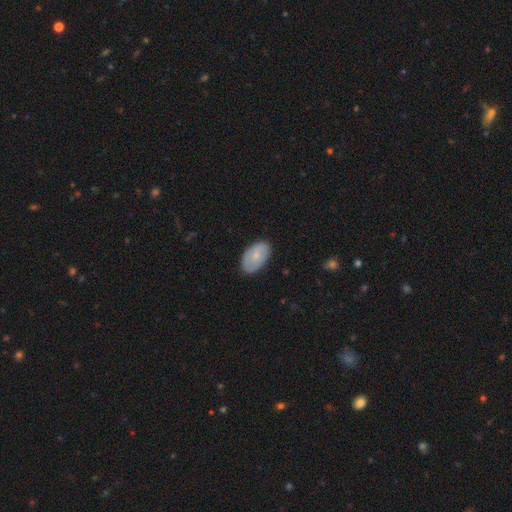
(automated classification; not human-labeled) A smooth galaxy with no disk features (67%) that is in between round and cigar-shaped (92%).

Vote fractions:
- Smooth or featured? smooth: 67% / featured or disk: 27% / star or artifact: 6%
- How rounded? in between: 92% / round: 6% / cigar-shaped: 1%
- Merging? none: 82% / minor disturbance: 14% / major disturbance: 3% / merger: 1%